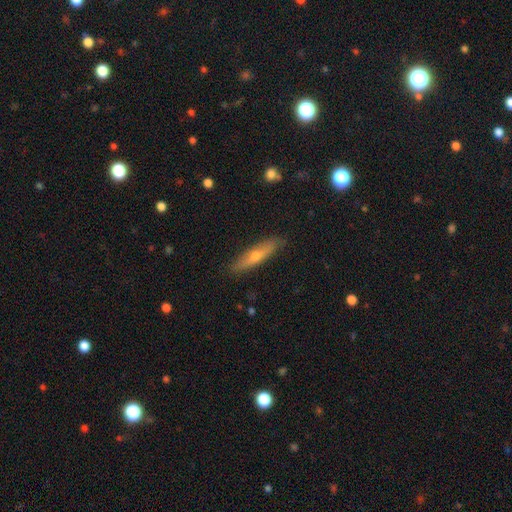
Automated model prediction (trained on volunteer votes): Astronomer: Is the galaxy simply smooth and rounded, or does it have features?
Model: featured or disk — 47% (runner-up: smooth, 46%).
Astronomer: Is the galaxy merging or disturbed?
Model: none — 88%.